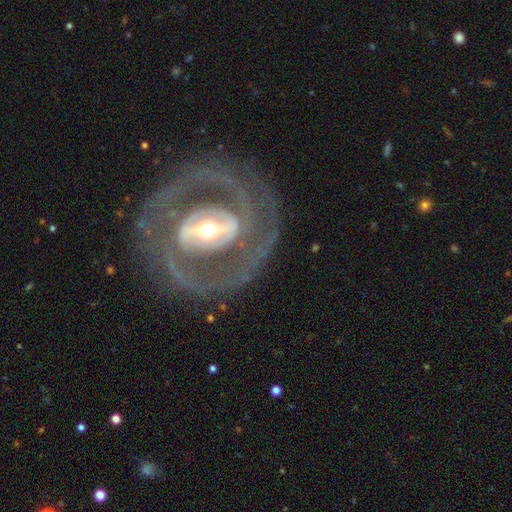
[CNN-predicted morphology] Smooth or featured?
  - featured or disk: 85% *
  - smooth: 9%
  - star or artifact: 6%
Edge-on disk?
  - no: 95% *
  - yes: 5%
Bar?
  - strong: 41% *
  - weak: 29%
  - no: 29%
Spiral arms?
  - yes: 79% *
  - no: 21%
Spiral winding?
  - tight: 57% *
  - medium: 33%
  - loose: 10%
Spiral arm count?
  - 2: 70% *
  - can't tell: 13%
  - 3: 7%
  - 1: 5%
  - 4: 3%
  - more than 4: 2%
Bulge size?
  - moderate: 47% *
  - small: 41%
  - large: 9%
  - dominant: 2%
  - none: 1%
Merging?
  - none: 77% *
  - minor disturbance: 12%
  - major disturbance: 9%
  - merger: 2%